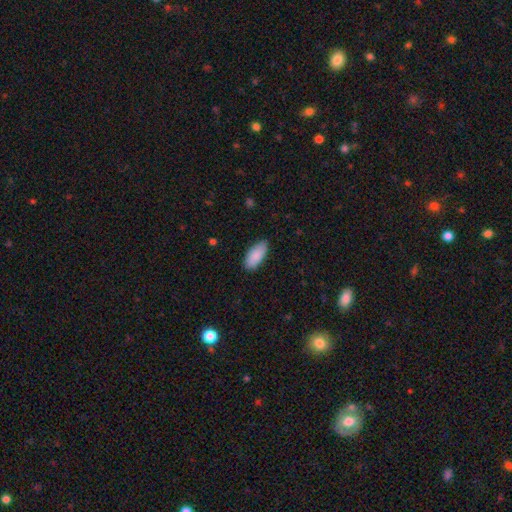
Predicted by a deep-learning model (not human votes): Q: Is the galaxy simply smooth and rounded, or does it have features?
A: smooth — 89%.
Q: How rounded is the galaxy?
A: in between — 90%.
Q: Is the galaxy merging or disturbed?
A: none — 87%.